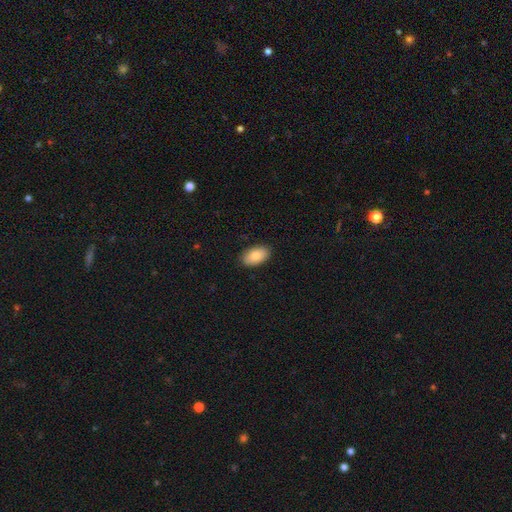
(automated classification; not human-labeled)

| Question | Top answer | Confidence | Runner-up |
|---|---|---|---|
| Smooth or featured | smooth | 84% | featured or disk (9%) |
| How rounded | in between | 94% | round (4%) |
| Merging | none | 89% | minor disturbance (8%) |